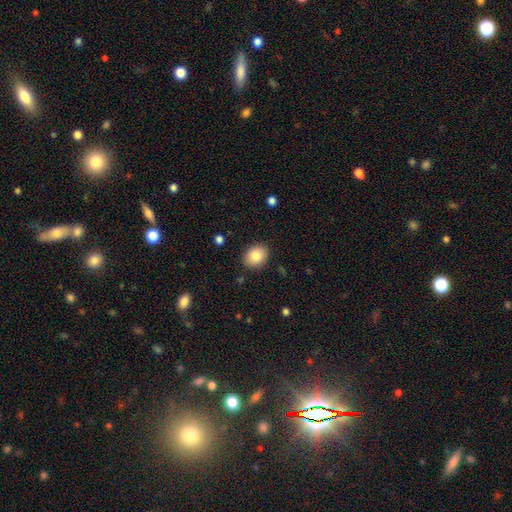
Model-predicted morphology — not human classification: A smooth galaxy with no disk features (84%) that is in between round and cigar-shaped (56%). Merging: none (88%).